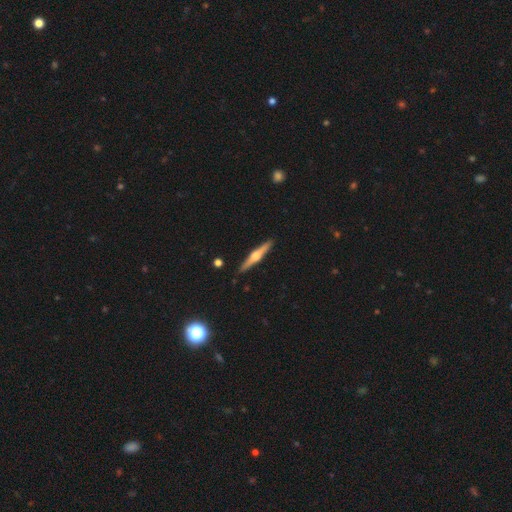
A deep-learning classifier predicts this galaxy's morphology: The model was most divided on "smooth or featured": featured or disk: 73%, smooth: 22%, star or artifact: 5%. More confident: edge-on disk — yes (98%); edge-on bulge — rounded (92%); merging — none (91%).